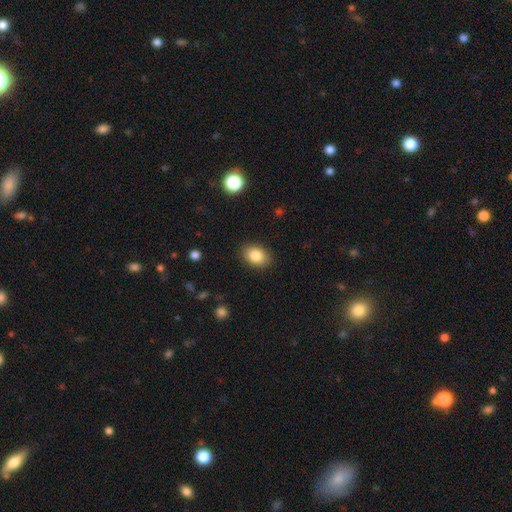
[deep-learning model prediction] smooth_or_featured: smooth (p=0.86) [alt: star or artifact p=0.08]
how_rounded: in between (p=0.74) [alt: round p=0.25]
merging: none (p=0.86) [alt: minor disturbance p=0.10]